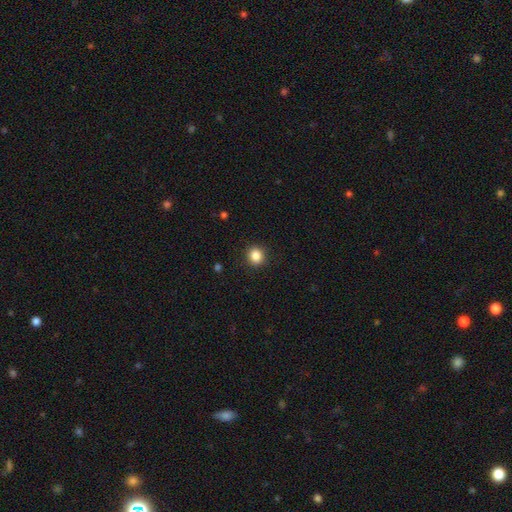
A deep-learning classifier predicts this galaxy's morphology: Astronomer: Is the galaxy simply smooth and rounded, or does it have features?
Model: smooth — 85%.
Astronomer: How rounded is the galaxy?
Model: round — 90%.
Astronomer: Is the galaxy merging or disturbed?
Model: none — 91%.